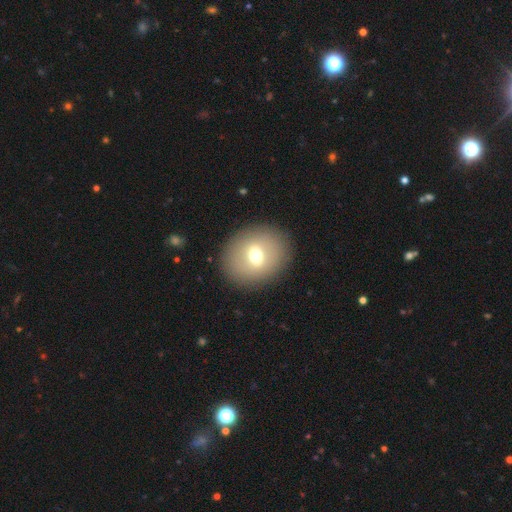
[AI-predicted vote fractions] A smooth galaxy with no disk features (57%) that is round (63%).

Vote fractions:
- Smooth or featured? smooth: 57% / featured or disk: 33% / star or artifact: 10%
- How rounded? round: 63% / in between: 36% / cigar-shaped: 1%
- Merging? none: 87% / minor disturbance: 7% / major disturbance: 4% / merger: 1%